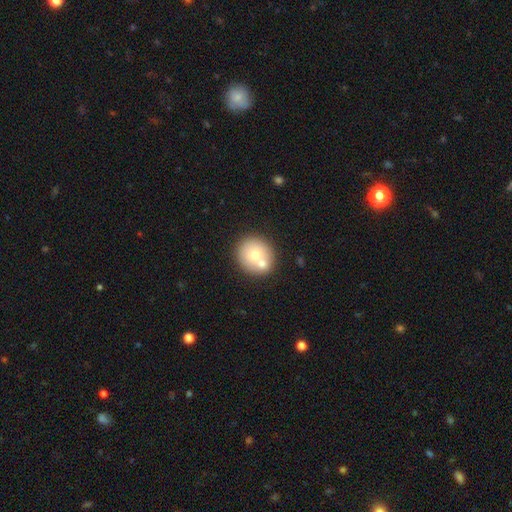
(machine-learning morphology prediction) A smooth galaxy with no disk features (69%) that is round (88%).

Vote fractions:
- Smooth or featured? smooth: 69% / featured or disk: 22% / star or artifact: 9%
- How rounded? round: 88% / in between: 11% / cigar-shaped: 1%
- Merging? none: 54% / merger: 35% / minor disturbance: 9% / major disturbance: 3%